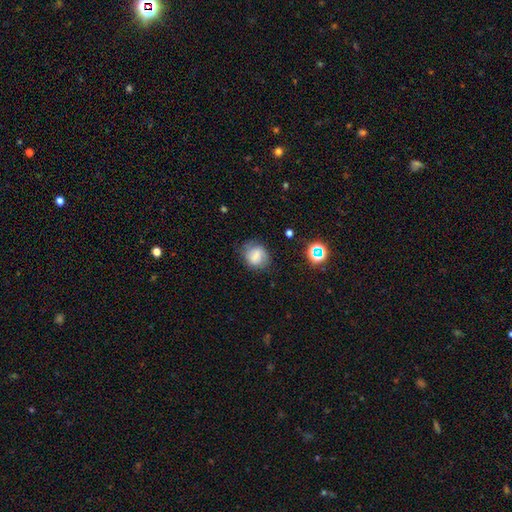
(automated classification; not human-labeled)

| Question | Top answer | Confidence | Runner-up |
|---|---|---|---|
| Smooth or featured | smooth | 63% | featured or disk (25%) |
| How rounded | round | 65% | in between (34%) |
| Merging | none | 68% | minor disturbance (23%) |